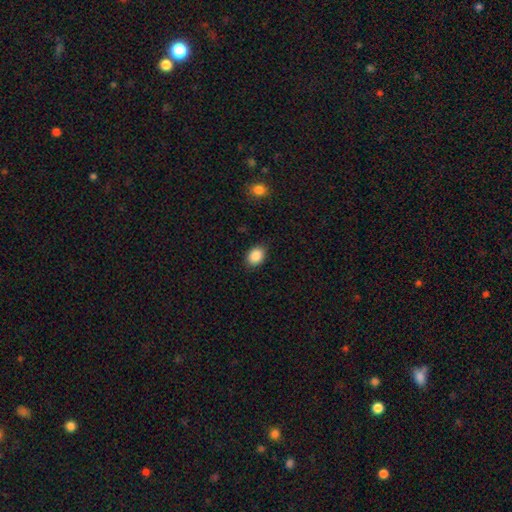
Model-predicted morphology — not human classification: smooth 88%, star or artifact 8%, featured or disk 4%. Down the decision tree: how rounded — in between (72%); merging — none (86%).